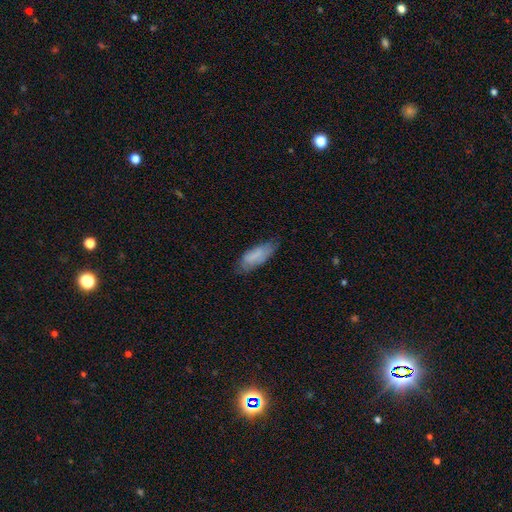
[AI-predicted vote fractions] Smooth or featured? smooth (78%)
How rounded? in between (72%)
Merging? none (63%)